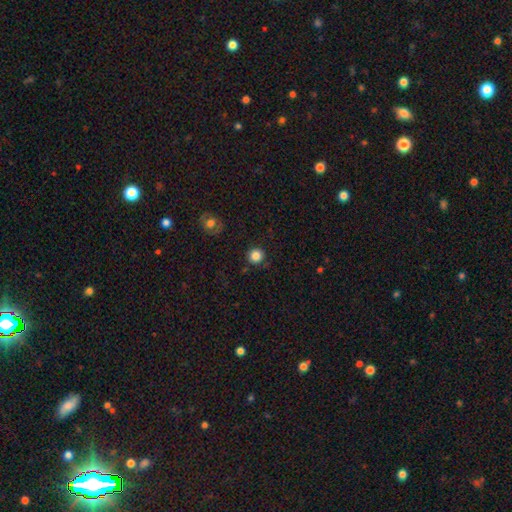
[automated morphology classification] smooth 85%, star or artifact 11%, featured or disk 4%. Down the decision tree: how rounded — round (94%); merging — none (88%).